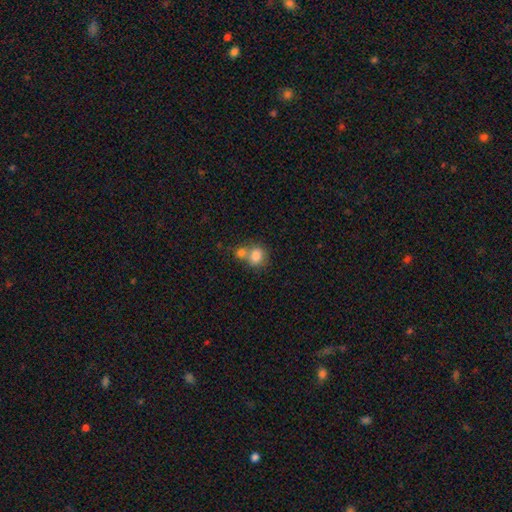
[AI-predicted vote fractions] Smooth or featured? Predicted: smooth (p=0.80). How rounded? Predicted: round (p=0.60). Merging? Predicted: merger (p=0.49).